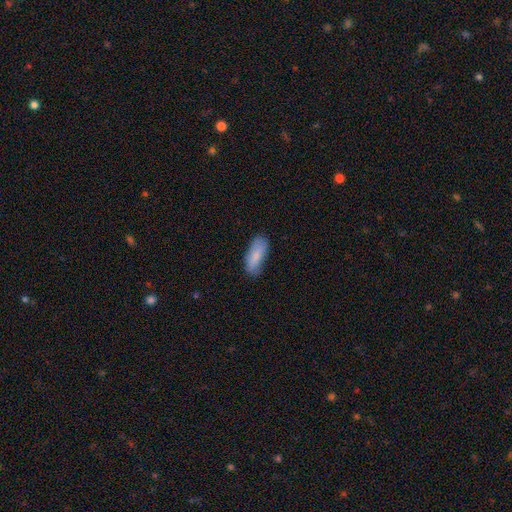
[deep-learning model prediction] Smooth or featured: smooth — 84% (featured or disk — 10%)
How rounded: in between — 78% (cigar-shaped — 20%)
Merging: none — 73% (minor disturbance — 21%)